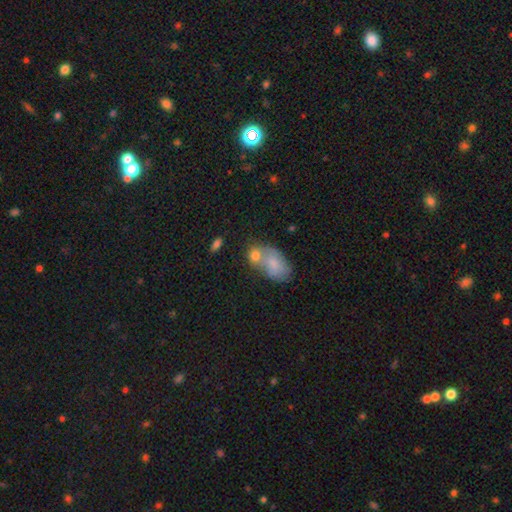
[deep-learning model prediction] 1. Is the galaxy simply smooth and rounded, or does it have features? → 51% smooth, 25% featured or disk, 24% star or artifact.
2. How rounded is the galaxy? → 74% in between, 22% round, 5% cigar-shaped.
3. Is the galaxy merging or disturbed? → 47% none, 34% merger, 13% minor disturbance, 7% major disturbance.